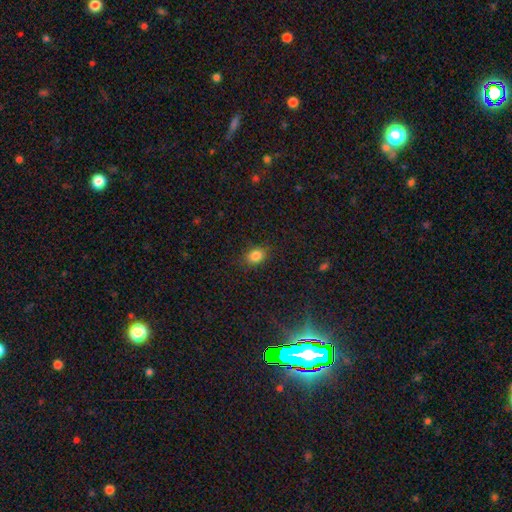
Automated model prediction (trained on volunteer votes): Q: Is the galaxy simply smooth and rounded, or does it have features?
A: smooth — 84%.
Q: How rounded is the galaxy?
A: in between — 58%.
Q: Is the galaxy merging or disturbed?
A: none — 85%.